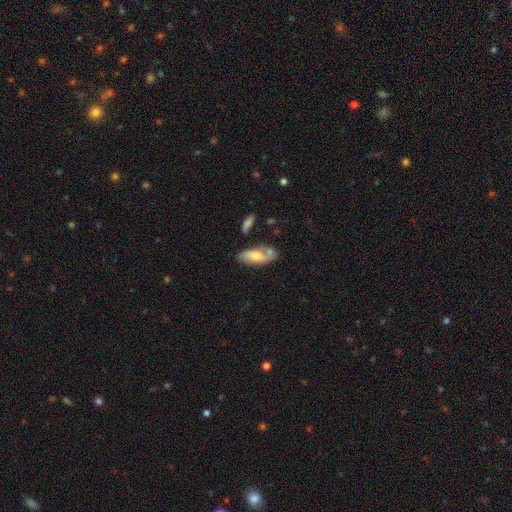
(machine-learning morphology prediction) This is possibly a smooth galaxy (51%). How rounded: likely in between (78%). Merging: possibly none (55%).